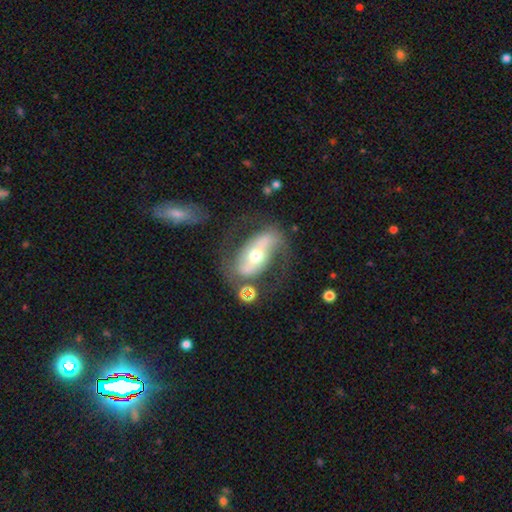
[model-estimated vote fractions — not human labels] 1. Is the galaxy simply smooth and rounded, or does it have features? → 76% featured or disk, 18% smooth, 6% star or artifact.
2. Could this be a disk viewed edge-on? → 92% no, 8% yes.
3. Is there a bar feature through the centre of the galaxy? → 50% strong, 25% no, 25% weak.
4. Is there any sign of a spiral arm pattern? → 79% yes, 21% no.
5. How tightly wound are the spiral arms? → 42% loose, 40% medium, 18% tight.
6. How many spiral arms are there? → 86% 2, 7% can't tell, 4% 1, 1% 3, 1% 4, 1% more than 4.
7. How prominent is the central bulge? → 65% moderate, 26% small, 7% large, 1% dominant, 1% none.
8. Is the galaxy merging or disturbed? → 64% none, 17% minor disturbance, 14% major disturbance, 6% merger.